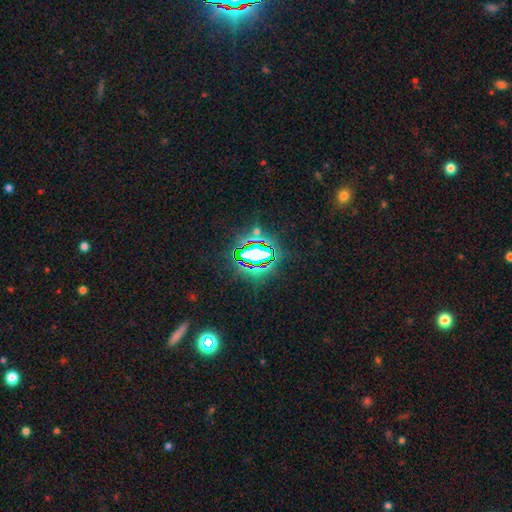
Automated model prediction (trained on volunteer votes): The model was most divided on "smooth or featured": star or artifact: 74%, smooth: 16%, featured or disk: 11%.